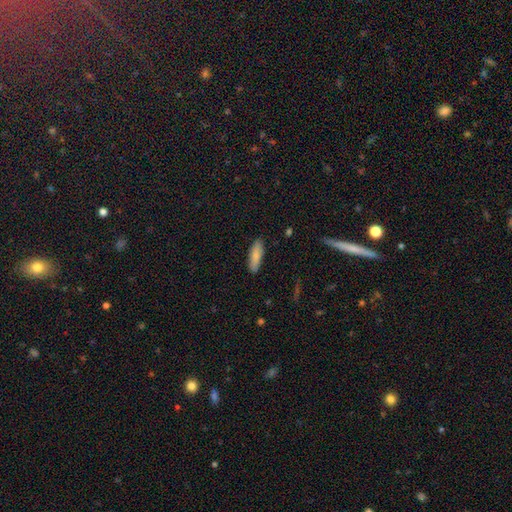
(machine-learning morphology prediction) A smooth galaxy with no disk features (83%) that is in between round and cigar-shaped (49%, tied with cigar-shaped).

Vote fractions:
- Smooth or featured? smooth: 83% / featured or disk: 11% / star or artifact: 6%
- How rounded? in between: 49% (tied) / cigar-shaped: 49% (tied) / round: 2%
- Merging? none: 87% / minor disturbance: 10% / major disturbance: 2% / merger: 1%